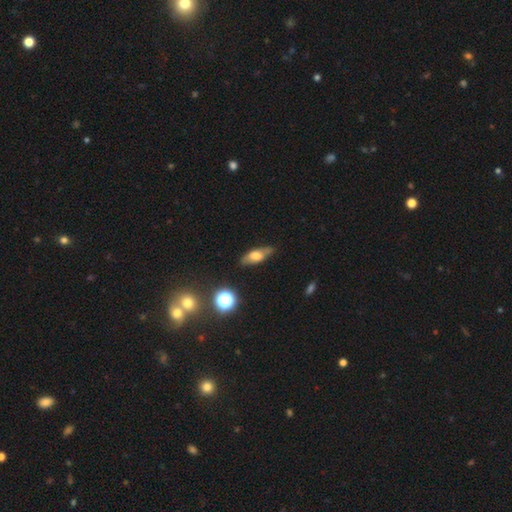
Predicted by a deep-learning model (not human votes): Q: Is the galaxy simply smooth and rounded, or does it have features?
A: smooth — 53%.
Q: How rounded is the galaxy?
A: in between — 68%.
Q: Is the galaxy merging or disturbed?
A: none — 73%.